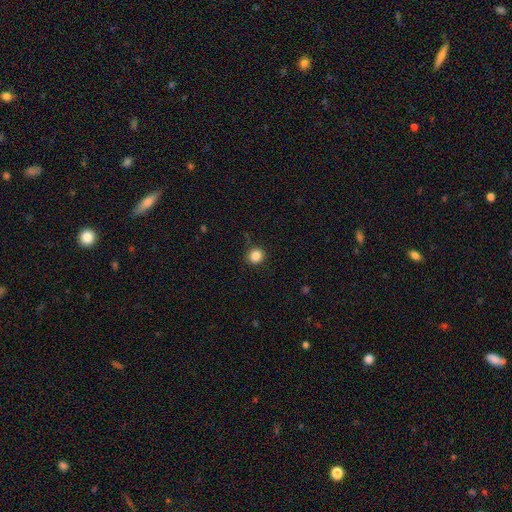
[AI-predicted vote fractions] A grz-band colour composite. It shows a smooth galaxy with no disk features (85%) that is round (89%). Merging: none (87%).